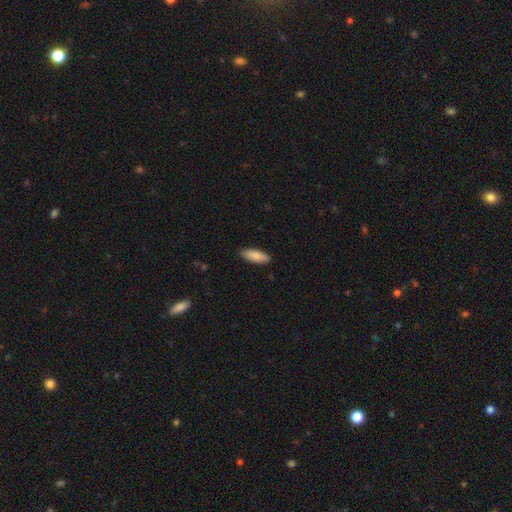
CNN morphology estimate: smooth-or-featured: smooth: 87% | featured or disk: 7% | star or artifact: 5%
  how-rounded: in between: 67% | cigar-shaped: 31% | round: 2%
  merging: none: 88% | minor disturbance: 10% | major disturbance: 2% | merger: 1%